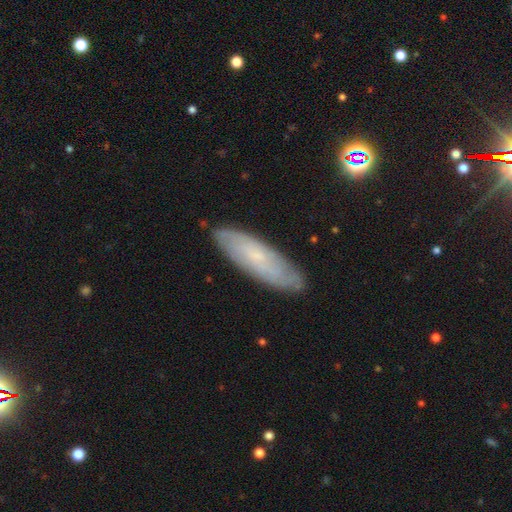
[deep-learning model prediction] This appears to be a featured or disk galaxy (50%). Merging: none (83%).